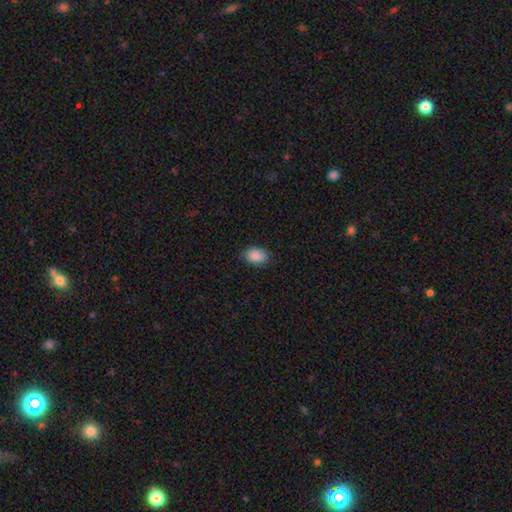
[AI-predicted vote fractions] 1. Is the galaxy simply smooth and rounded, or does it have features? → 90% smooth, 7% star or artifact, 3% featured or disk.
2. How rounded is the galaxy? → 87% in between, 12% round, 1% cigar-shaped.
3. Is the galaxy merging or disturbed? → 86% none, 11% minor disturbance, 2% major disturbance, 1% merger.